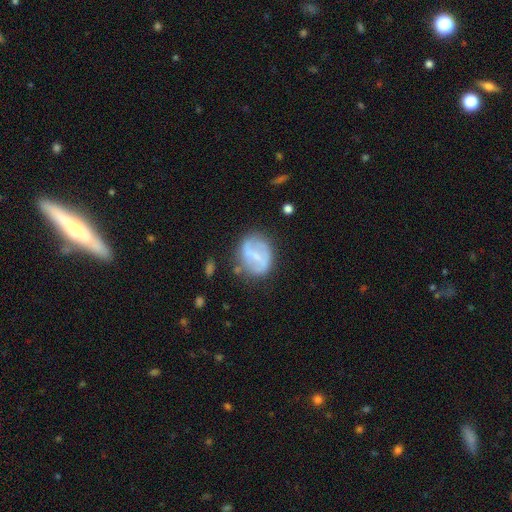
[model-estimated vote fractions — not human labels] Overall: featured or disk (59%; smooth 33%). Edge-on disk: no (96%). Bar: strong (42%; weak 40%). Spiral arms: yes (56%; no 44%). Bulge size: small (49%; none 28%). Merging: none (64%).